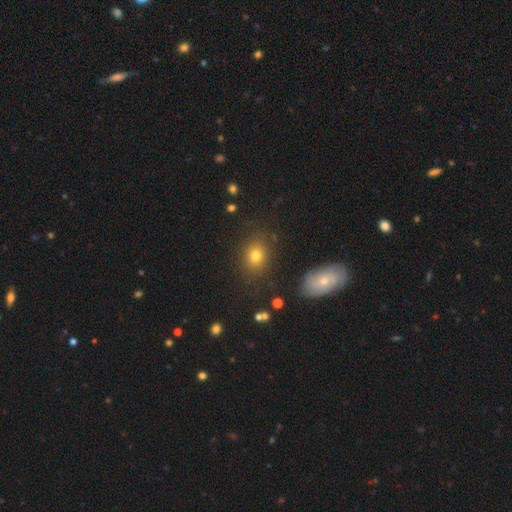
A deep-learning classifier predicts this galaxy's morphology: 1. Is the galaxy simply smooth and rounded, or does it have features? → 75% smooth, 14% star or artifact, 10% featured or disk.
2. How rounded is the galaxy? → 51% round, 47% in between, 1% cigar-shaped.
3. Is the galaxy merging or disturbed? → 83% none, 10% minor disturbance, 4% major disturbance, 3% merger.